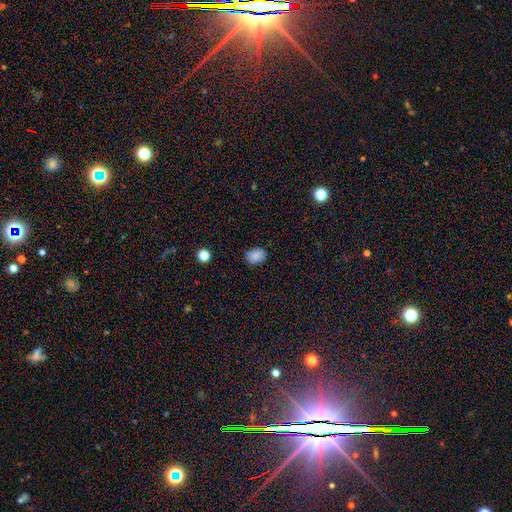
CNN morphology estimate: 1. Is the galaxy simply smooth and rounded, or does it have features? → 86% smooth, 10% star or artifact, 5% featured or disk.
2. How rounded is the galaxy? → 63% in between, 36% round, 1% cigar-shaped.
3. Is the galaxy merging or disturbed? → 81% none, 15% minor disturbance, 3% major disturbance, 1% merger.